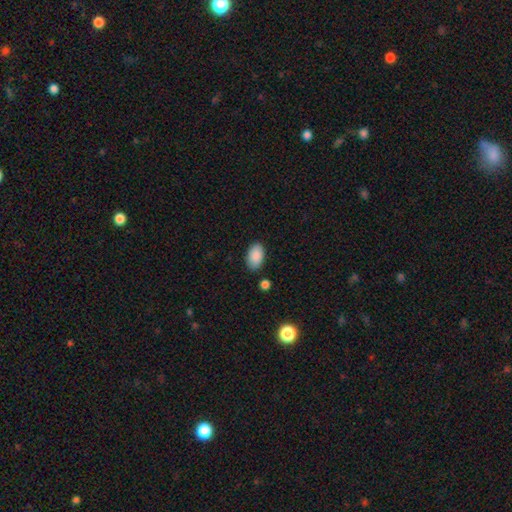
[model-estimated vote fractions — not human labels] This is clearly a smooth galaxy (89%). How rounded: clearly in between (93%). Merging: clearly none (84%).